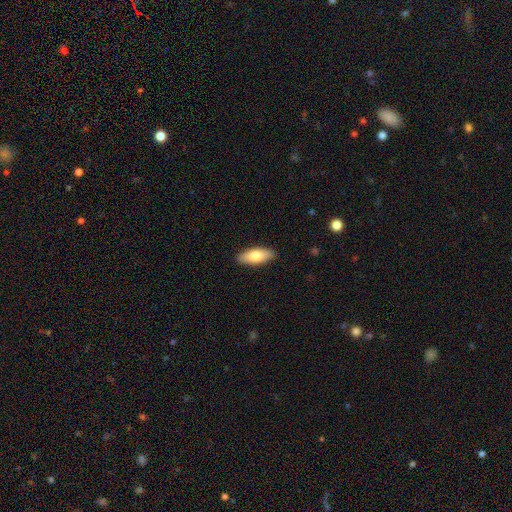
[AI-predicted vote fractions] smooth-or-featured: smooth: 79% | featured or disk: 15% | star or artifact: 5%
  how-rounded: in between: 76% | cigar-shaped: 22% | round: 2%
  merging: none: 90% | minor disturbance: 8% | major disturbance: 2% | merger: 1%